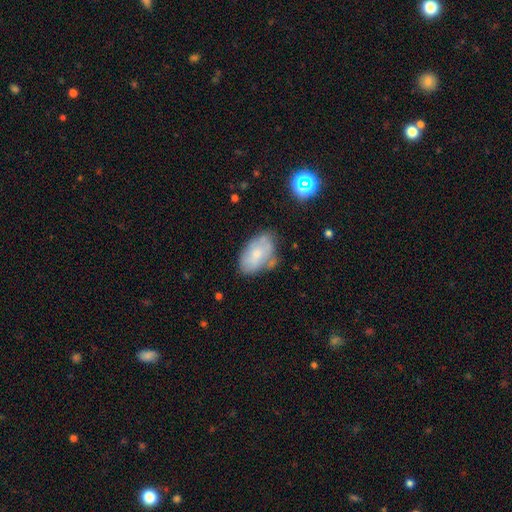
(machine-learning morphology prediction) Q: Smooth or featured?
A: smooth (61%); runner-up: featured or disk (32%)
Q: How rounded?
A: in between (91%); runner-up: round (8%)
Q: Merging?
A: none (54%); runner-up: minor disturbance (30%)